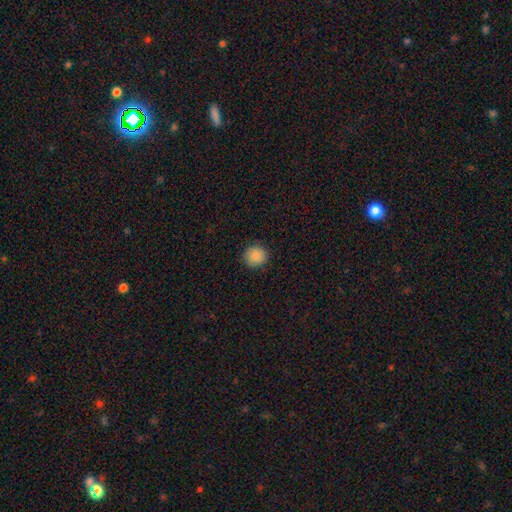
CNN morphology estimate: A smooth galaxy with no disk features (88%) that is round (91%).

Vote fractions:
- Smooth or featured? smooth: 88% / star or artifact: 9% / featured or disk: 3%
- How rounded? round: 91% / in between: 8% / cigar-shaped: 1%
- Merging? none: 91% / minor disturbance: 6% / major disturbance: 2% / merger: 1%